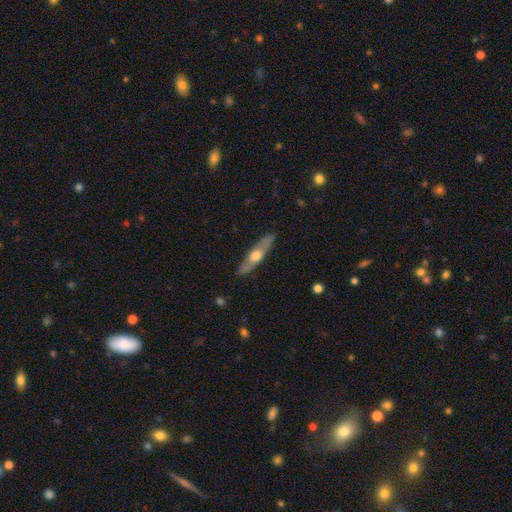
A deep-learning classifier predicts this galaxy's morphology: Q: Smooth or featured?
A: featured or disk (53%); runner-up: smooth (42%)
Q: Edge-on disk?
A: yes (79%); runner-up: no (21%)
Q: Merging?
A: none (86%); runner-up: minor disturbance (10%)